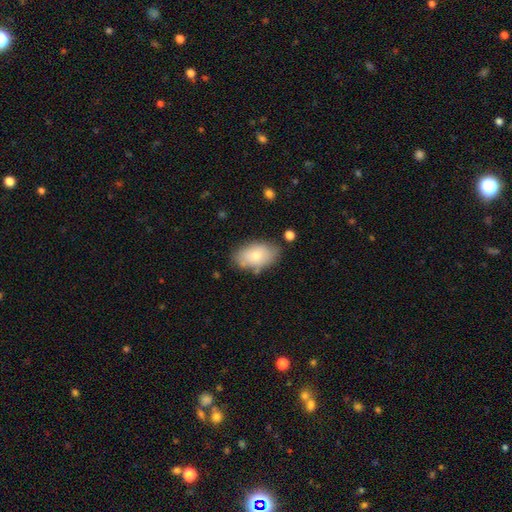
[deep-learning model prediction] A smooth galaxy with no disk features (74%) that is in between round and cigar-shaped (91%). Merging: none (71%).